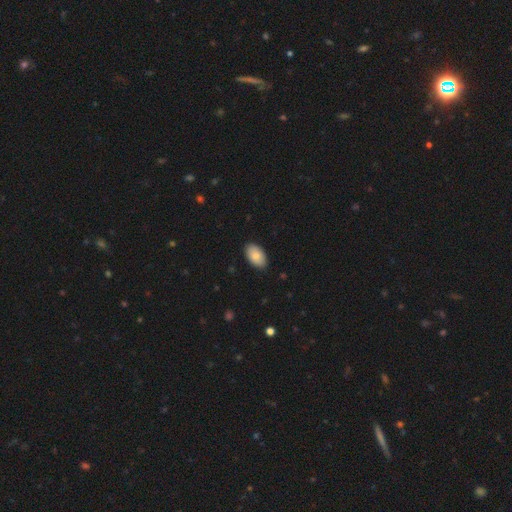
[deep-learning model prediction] The model was most divided on "smooth or featured": smooth: 82%, featured or disk: 11%, star or artifact: 6%. More confident: how rounded — in between (94%); merging — none (87%).